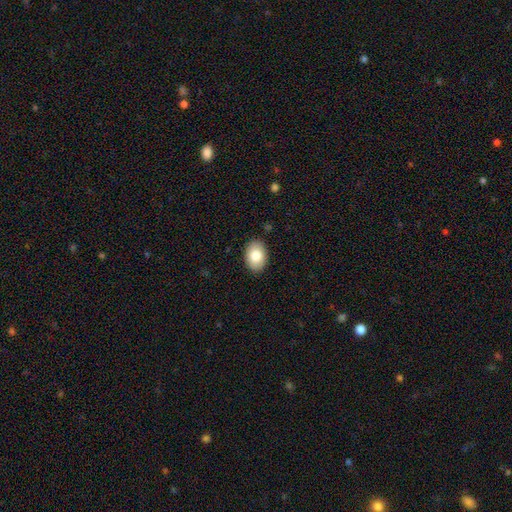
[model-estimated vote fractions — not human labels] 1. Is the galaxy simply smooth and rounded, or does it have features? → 82% smooth, 11% featured or disk, 7% star or artifact.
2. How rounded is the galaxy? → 82% in between, 17% round, 1% cigar-shaped.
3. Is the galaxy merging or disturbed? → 89% none, 8% minor disturbance, 2% major disturbance, 1% merger.